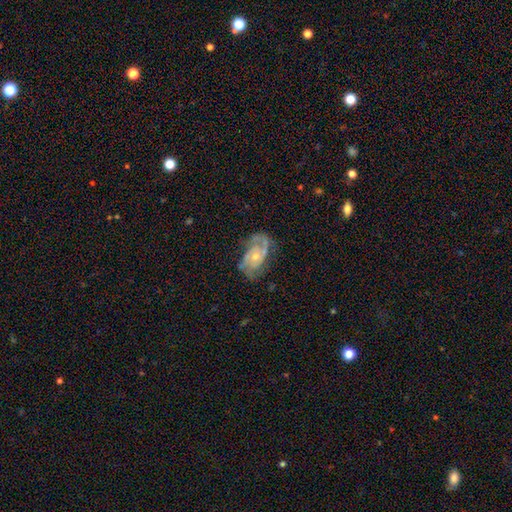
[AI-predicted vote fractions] featured or disk 80%, smooth 14%, star or artifact 6%. Down the decision tree: edge-on disk — no (97%); bar — no (71%); spiral arms — yes (92%); spiral arm count — 2 (68%); spiral winding — medium (46%); bulge size — small (57%); merging — none (62%).